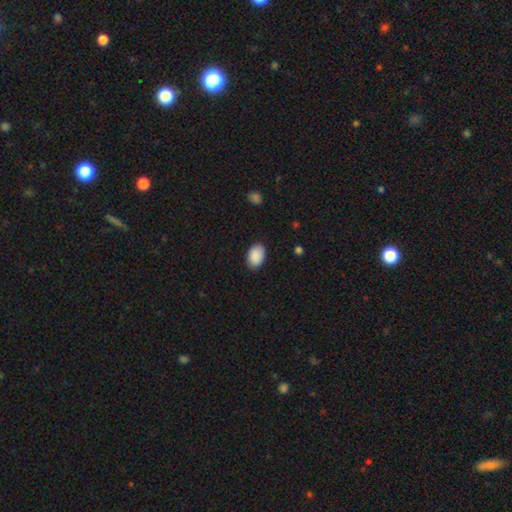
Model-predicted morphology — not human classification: A smooth galaxy with no disk features (91%) that is in between round and cigar-shaped (91%).

Vote fractions:
- Smooth or featured? smooth: 91% / star or artifact: 6% / featured or disk: 3%
- How rounded? in between: 91% / round: 8% / cigar-shaped: 1%
- Merging? none: 88% / minor disturbance: 9% / major disturbance: 2% / merger: 1%